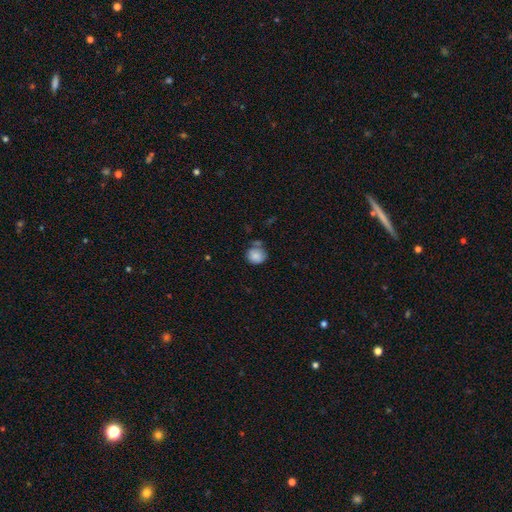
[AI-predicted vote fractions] The model was most divided on "merging": none: 60%, minor disturbance: 21%, merger: 12%, major disturbance: 6%. More confident: smooth or featured — smooth (85%); how rounded — round (81%).